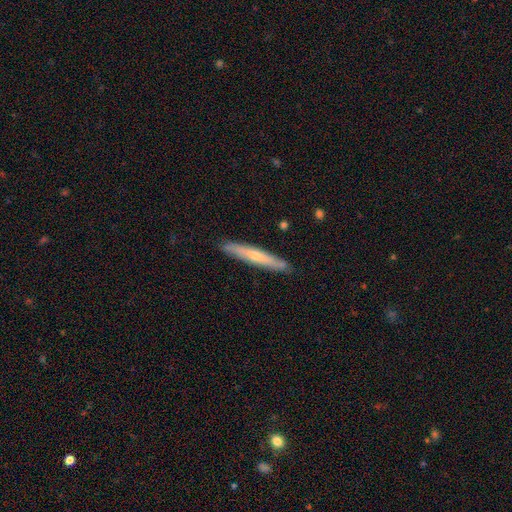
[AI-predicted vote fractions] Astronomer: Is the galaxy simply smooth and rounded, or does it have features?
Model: smooth — 49% (runner-up: featured or disk, 45%).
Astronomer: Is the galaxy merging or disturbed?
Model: none — 89%.